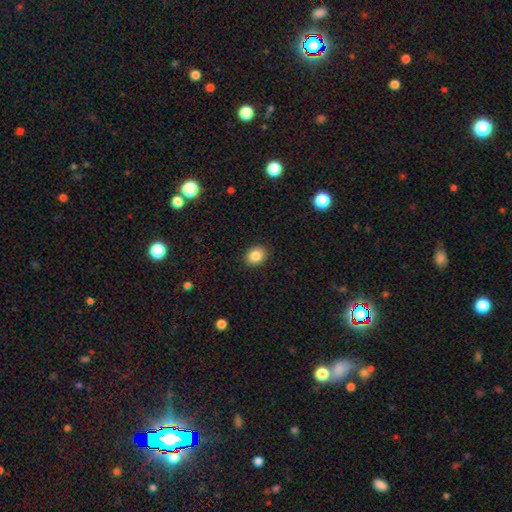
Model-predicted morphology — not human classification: Smooth or featured? Predicted: smooth (p=0.85). How rounded? Predicted: in between (p=0.57). Merging? Predicted: none (p=0.90).